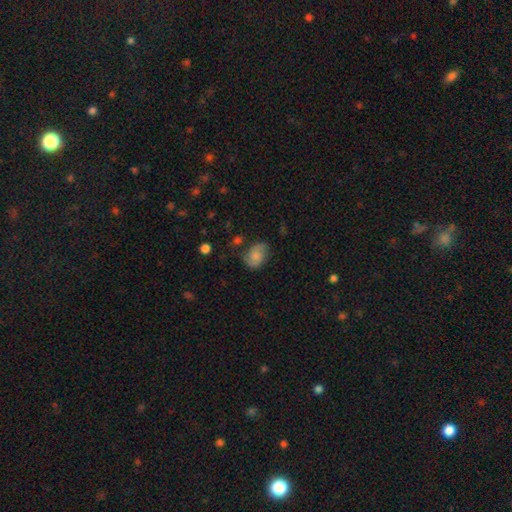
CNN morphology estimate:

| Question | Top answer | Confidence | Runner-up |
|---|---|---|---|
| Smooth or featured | smooth | 59% | featured or disk (32%) |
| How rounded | in between | 76% | round (23%) |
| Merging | none | 64% | minor disturbance (25%) |